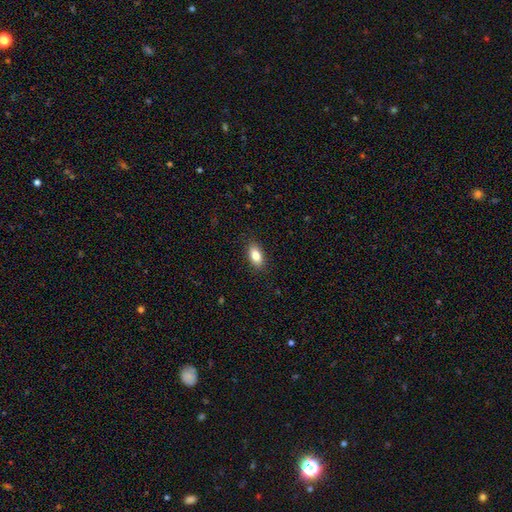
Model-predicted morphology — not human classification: A smooth galaxy with no disk features (82%) that is in between round and cigar-shaped (90%). Merging: none (88%).